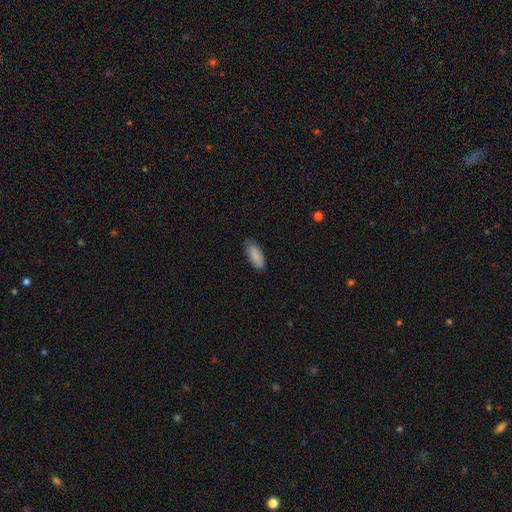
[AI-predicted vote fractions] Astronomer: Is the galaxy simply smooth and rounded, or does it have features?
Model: smooth — 89%.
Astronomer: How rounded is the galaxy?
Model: in between — 82%.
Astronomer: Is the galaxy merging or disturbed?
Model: none — 80%.